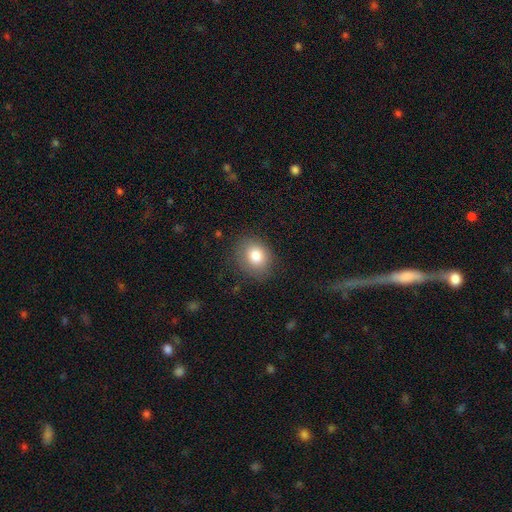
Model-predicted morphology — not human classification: smooth-or-featured: smooth: 82% | star or artifact: 10% | featured or disk: 9%
  how-rounded: round: 59% | in between: 40% | cigar-shaped: 1%
  merging: none: 82% | minor disturbance: 13% | major disturbance: 4% | merger: 1%